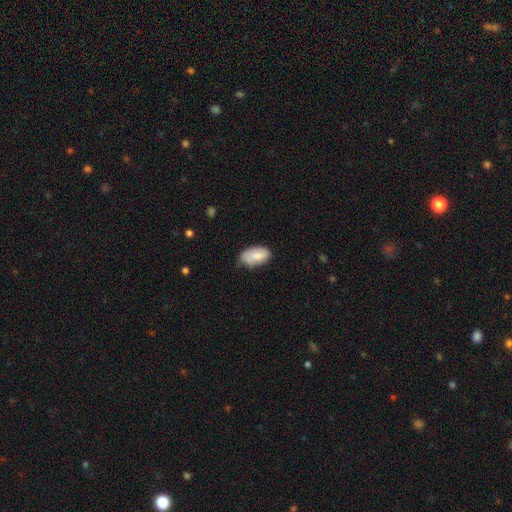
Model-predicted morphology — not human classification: Q: Smooth or featured?
A: smooth (79%); runner-up: featured or disk (15%)
Q: How rounded?
A: in between (94%); runner-up: round (3%)
Q: Merging?
A: none (63%); runner-up: minor disturbance (30%)